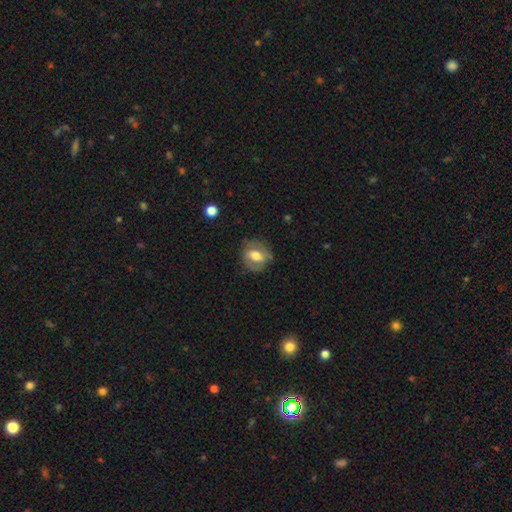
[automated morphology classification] Smooth or featured? smooth (59%)
How rounded? round (54%)
Merging? none (72%)